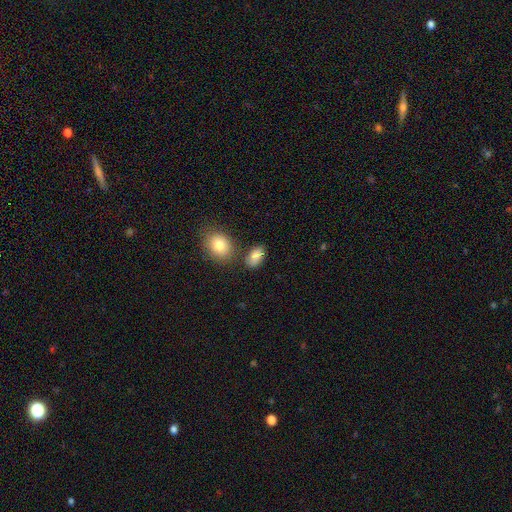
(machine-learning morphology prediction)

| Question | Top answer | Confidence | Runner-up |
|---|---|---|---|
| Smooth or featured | smooth | 82% | star or artifact (9%) |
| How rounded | in between | 89% | round (9%) |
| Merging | none | 67% | minor disturbance (17%) |